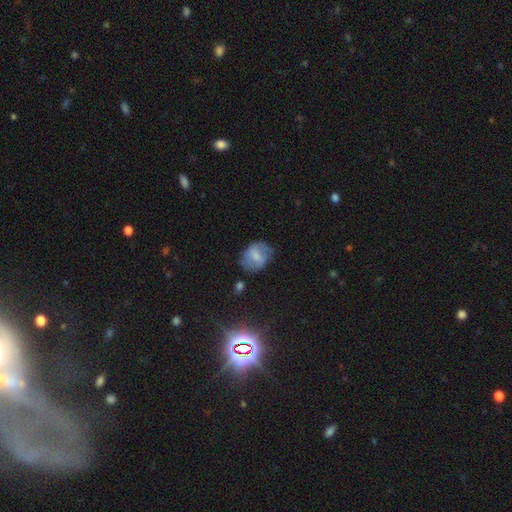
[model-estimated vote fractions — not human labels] This is possibly a smooth galaxy (51%). How rounded: possibly in between (52%). Merging: likely none (67%).